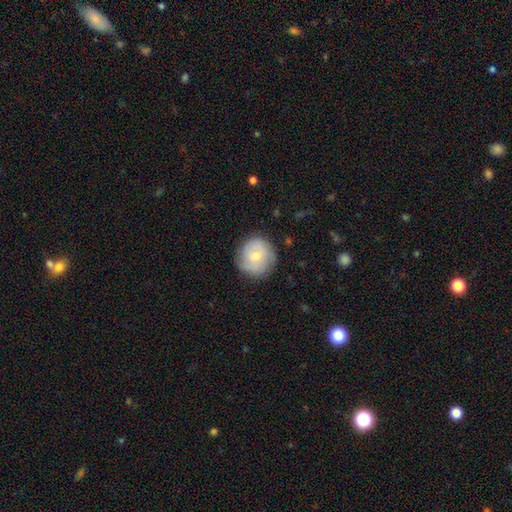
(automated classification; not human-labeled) Smooth or featured: smooth — 57% (featured or disk — 36%)
How rounded: round — 91% (in between — 8%)
Merging: none — 79% (minor disturbance — 15%)